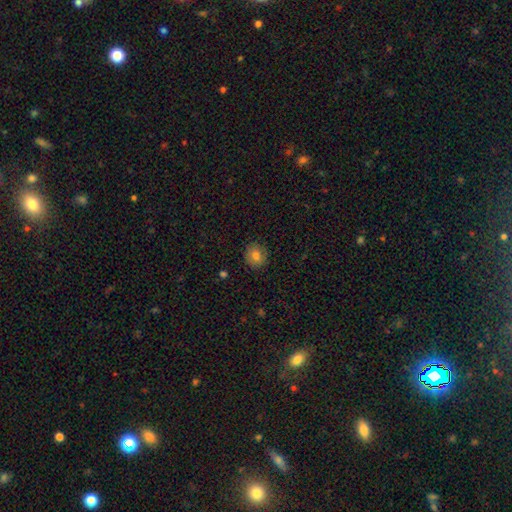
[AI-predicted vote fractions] smooth_or_featured: smooth (p=0.79) [alt: featured or disk p=0.12]
how_rounded: round (p=0.77) [alt: in between p=0.22]
merging: none (p=0.88) [alt: minor disturbance p=0.09]